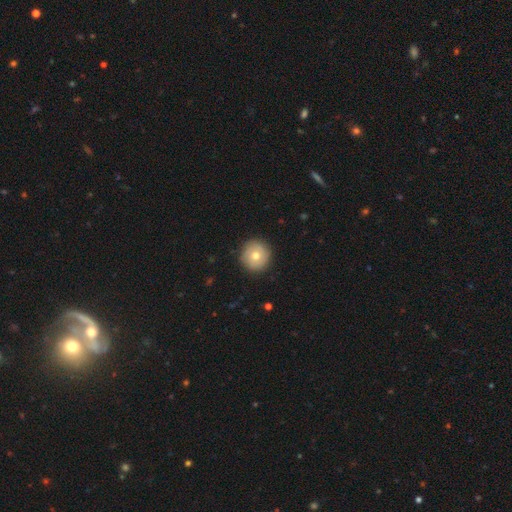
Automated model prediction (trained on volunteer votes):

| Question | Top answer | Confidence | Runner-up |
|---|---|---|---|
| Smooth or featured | smooth | 71% | featured or disk (21%) |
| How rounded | round | 92% | in between (7%) |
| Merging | none | 89% | minor disturbance (8%) |